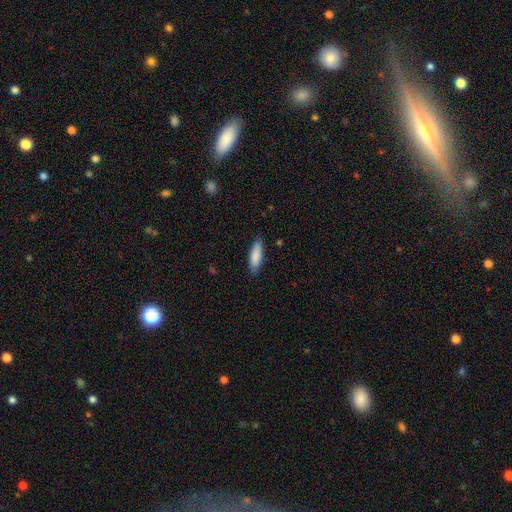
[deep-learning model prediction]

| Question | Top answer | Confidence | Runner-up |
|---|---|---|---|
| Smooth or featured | smooth | 86% | featured or disk (9%) |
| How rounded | cigar-shaped | 51% | in between (48%) |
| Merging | none | 84% | minor disturbance (13%) |